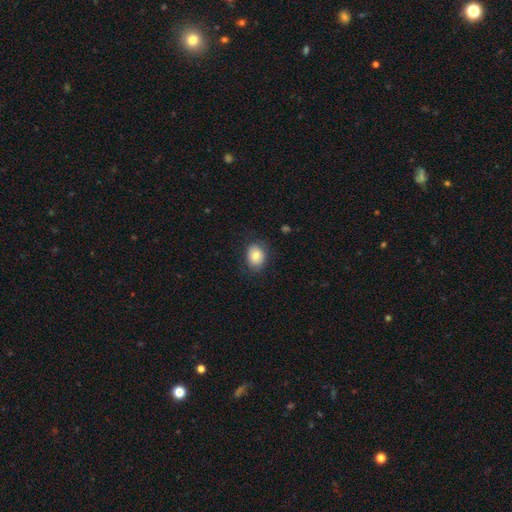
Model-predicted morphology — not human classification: Q: Smooth or featured?
A: smooth (77%); runner-up: featured or disk (14%)
Q: How rounded?
A: round (50%); runner-up: in between (49%)
Q: Merging?
A: none (77%); runner-up: minor disturbance (16%)